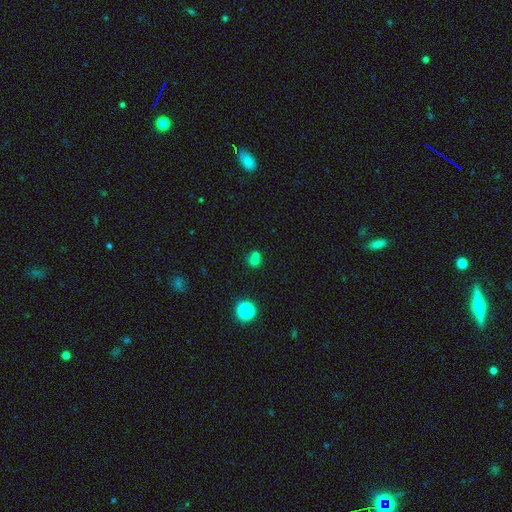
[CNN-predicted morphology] This appears to be a smooth galaxy with no disk features (62%) that is round (76%). Merging: merger (57%).